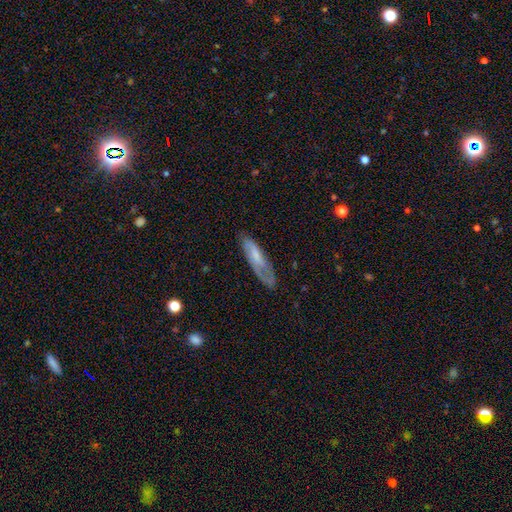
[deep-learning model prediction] featured or disk 47%, smooth 46%, star or artifact 7%. Down the decision tree: merging — none (61%).